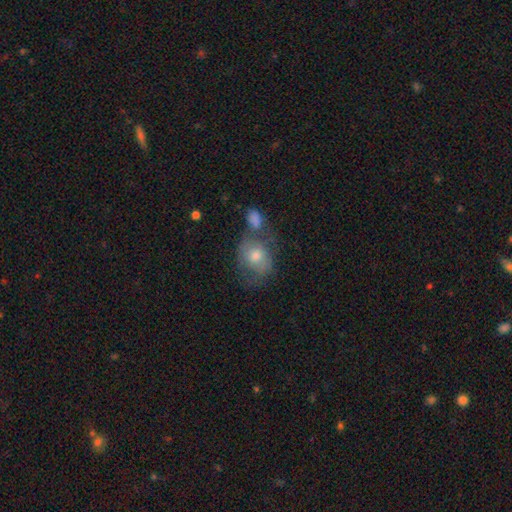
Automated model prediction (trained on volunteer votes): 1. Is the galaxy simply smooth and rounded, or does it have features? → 60% smooth, 31% featured or disk, 9% star or artifact.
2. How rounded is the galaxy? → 54% round, 45% in between, 1% cigar-shaped.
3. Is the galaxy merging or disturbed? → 40% none, 28% merger, 20% minor disturbance, 12% major disturbance.